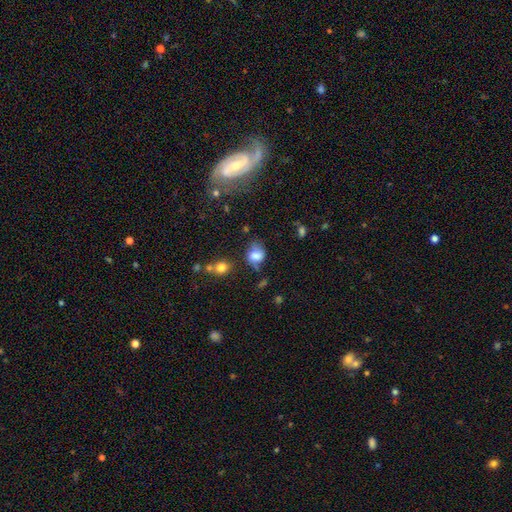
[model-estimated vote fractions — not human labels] Smooth or featured: smooth — 70% (featured or disk — 19%)
How rounded: in between — 53% (round — 45%)
Merging: none — 45% (minor disturbance — 30%)